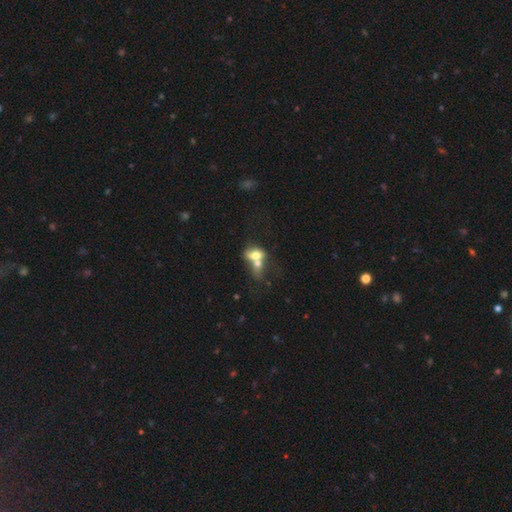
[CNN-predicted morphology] Smooth or featured? Predicted: smooth (p=0.66). How rounded? Predicted: in between (p=0.72). Merging? Predicted: merger (p=0.71).